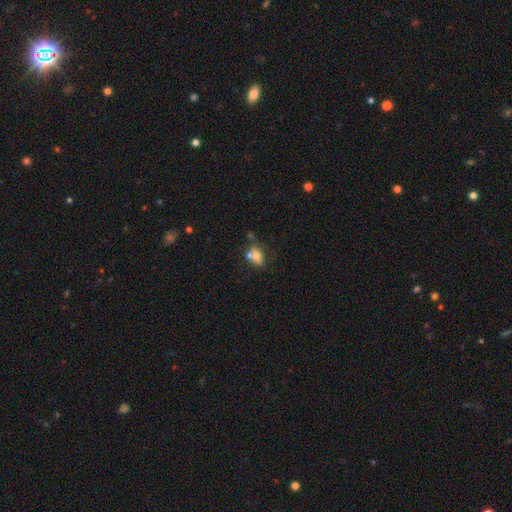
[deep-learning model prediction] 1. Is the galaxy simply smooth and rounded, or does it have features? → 68% smooth, 22% featured or disk, 11% star or artifact.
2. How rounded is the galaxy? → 65% in between, 33% round, 2% cigar-shaped.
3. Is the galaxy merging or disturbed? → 40% merger, 37% none, 15% minor disturbance, 7% major disturbance.